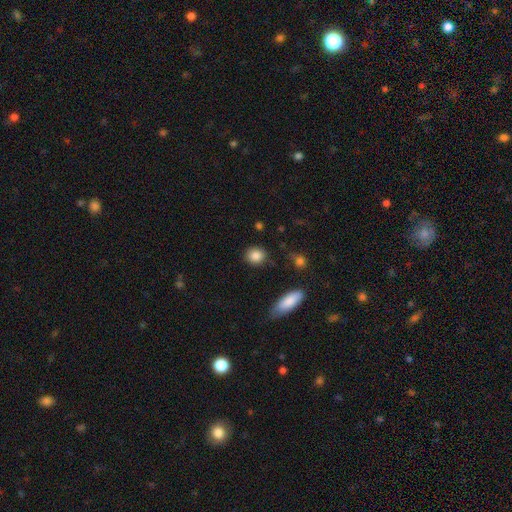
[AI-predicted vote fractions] Smooth or featured?
  - smooth: 86% *
  - star or artifact: 8%
  - featured or disk: 5%
How rounded?
  - round: 75% *
  - in between: 23%
  - cigar-shaped: 2%
Merging?
  - none: 86% *
  - minor disturbance: 10%
  - major disturbance: 3%
  - merger: 2%